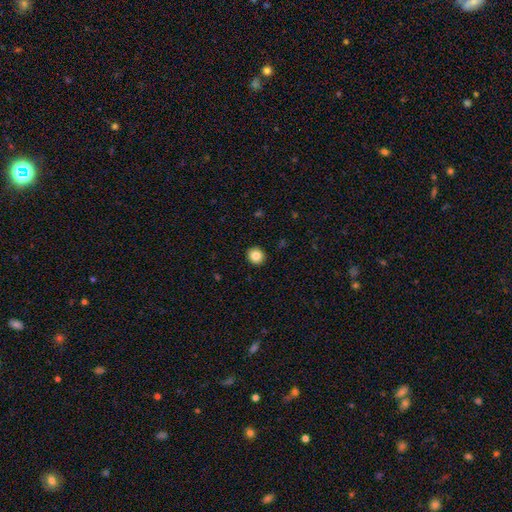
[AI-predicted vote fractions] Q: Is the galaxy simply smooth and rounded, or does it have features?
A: smooth — 85%.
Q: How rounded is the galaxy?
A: round — 86%.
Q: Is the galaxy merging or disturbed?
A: none — 93%.